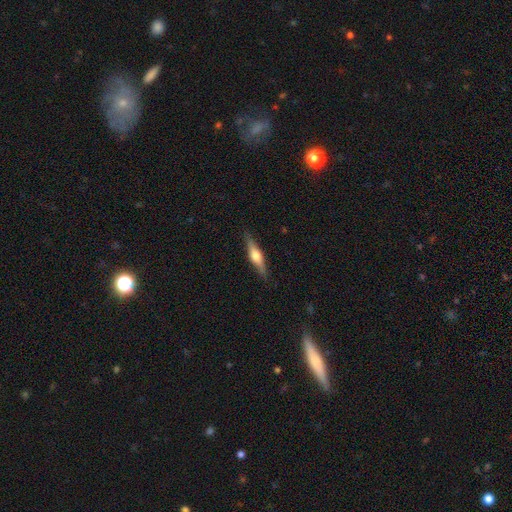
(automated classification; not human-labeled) The model was most divided on "smooth or featured": featured or disk: 59%, smooth: 36%, star or artifact: 6%. More confident: edge-on disk — yes (96%); edge-on bulge — rounded (91%); merging — none (88%).